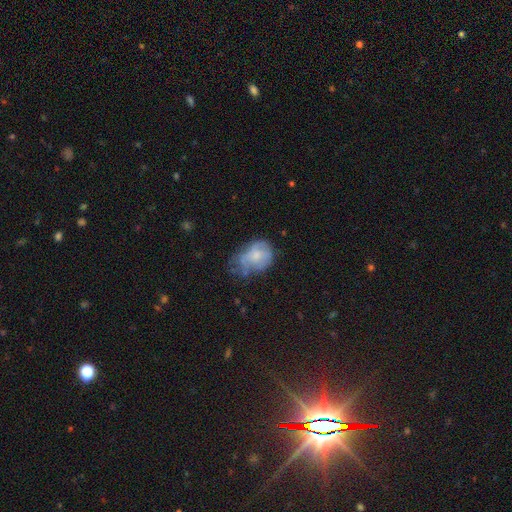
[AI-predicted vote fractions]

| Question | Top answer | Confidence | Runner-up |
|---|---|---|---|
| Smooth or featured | smooth | 54% | featured or disk (36%) |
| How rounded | in between | 65% | round (34%) |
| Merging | minor disturbance | 37% | none (31%) |